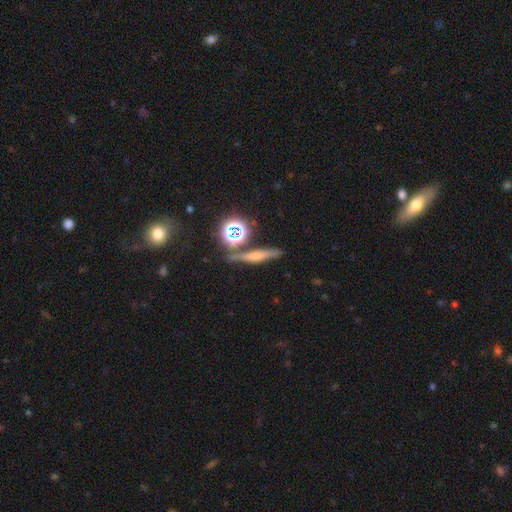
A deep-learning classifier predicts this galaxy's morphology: A smooth galaxy with no disk features (42%). Merging: none (78%).